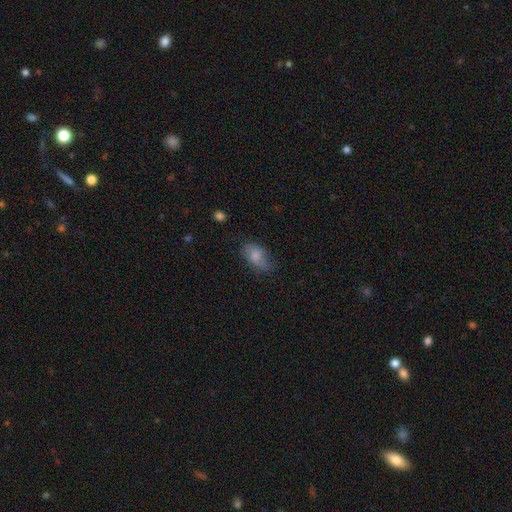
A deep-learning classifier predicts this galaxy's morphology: Smooth or featured? smooth (71%)
How rounded? in between (90%)
Merging? none (57%)